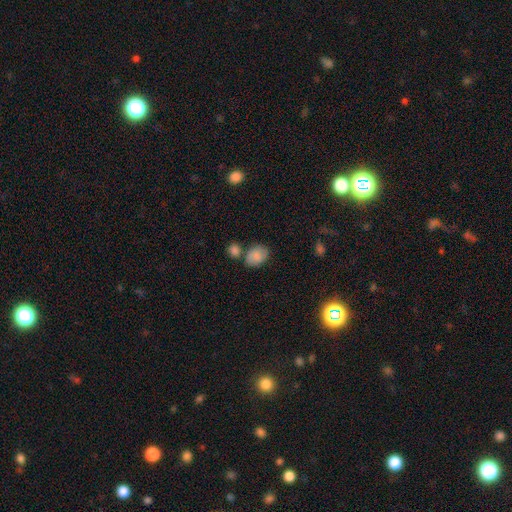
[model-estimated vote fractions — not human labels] Smooth or featured: smooth — 82% (featured or disk — 10%)
How rounded: in between — 70% (round — 29%)
Merging: none — 58% (merger — 20%)